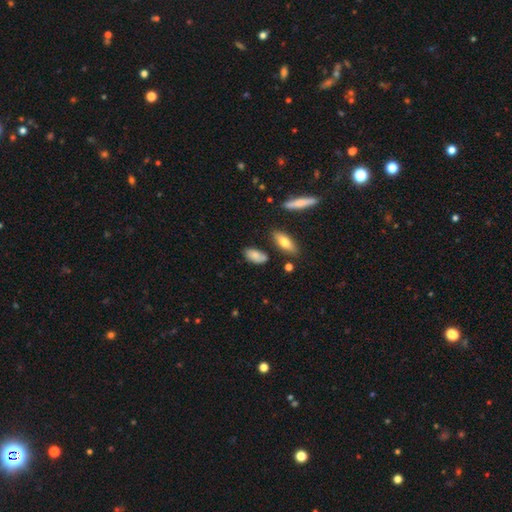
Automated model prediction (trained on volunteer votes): Smooth or featured? smooth (79%)
How rounded? in between (88%)
Merging? none (64%)